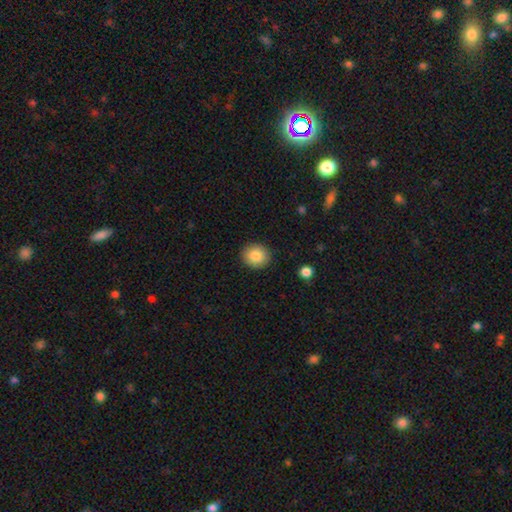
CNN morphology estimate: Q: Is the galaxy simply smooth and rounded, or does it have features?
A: smooth — 85%.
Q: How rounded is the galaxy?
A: round — 84%.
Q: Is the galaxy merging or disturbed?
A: none — 91%.